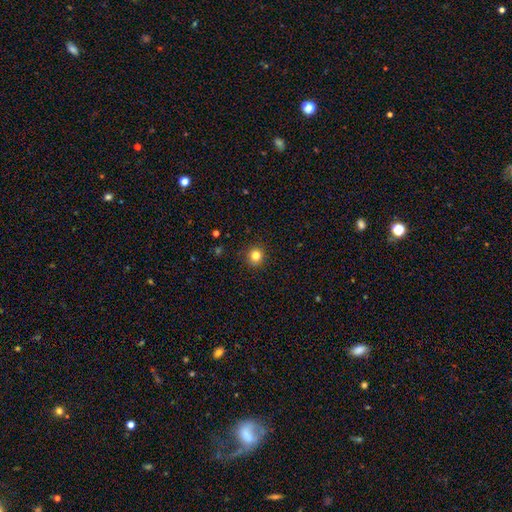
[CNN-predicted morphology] This is clearly a smooth galaxy (82%). How rounded: clearly round (92%). Merging: clearly none (91%).